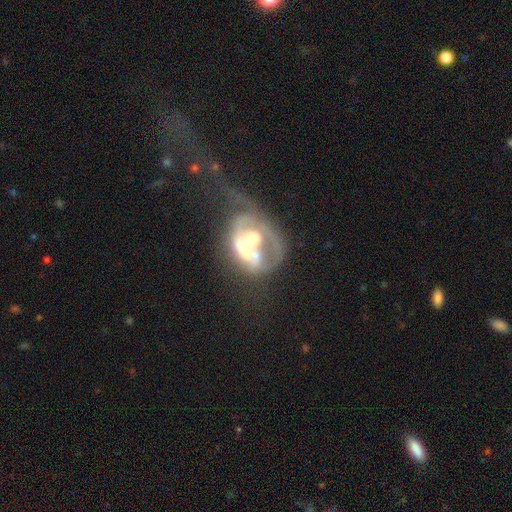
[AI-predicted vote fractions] Smooth or featured? Predicted: featured or disk (p=0.69). Edge-on disk? Predicted: no (p=0.98). Bar? Predicted: no (p=0.73). Spiral arms? Predicted: no (p=0.54). Bulge size? Predicted: moderate (p=0.46). Merging? Predicted: merger (p=0.41).